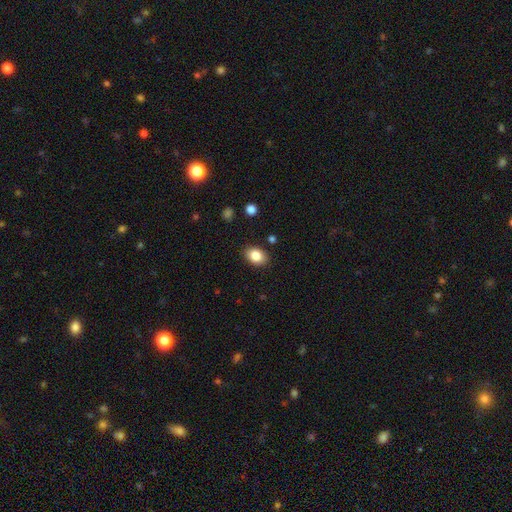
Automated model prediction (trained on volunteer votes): smooth-or-featured: smooth: 85% | star or artifact: 8% | featured or disk: 6%
  how-rounded: in between: 75% | round: 24% | cigar-shaped: 1%
  merging: none: 87% | minor disturbance: 9% | major disturbance: 2% | merger: 1%